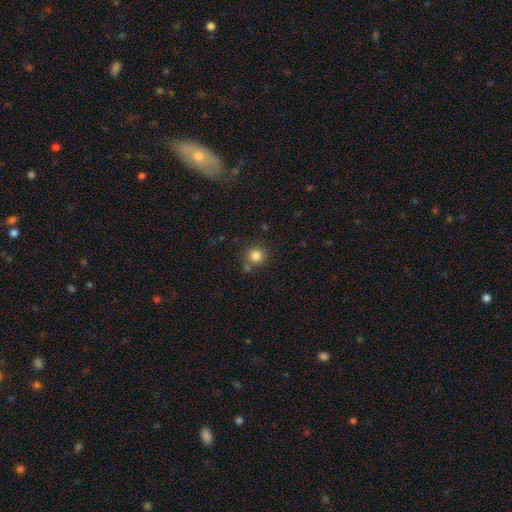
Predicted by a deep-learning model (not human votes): This is clearly a smooth galaxy (82%). How rounded: clearly round (92%). Merging: likely none (76%).